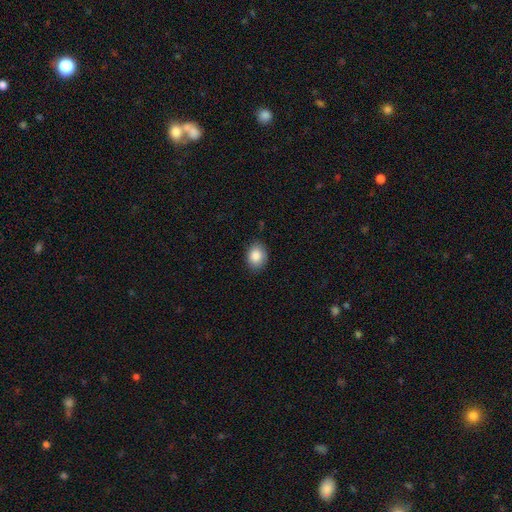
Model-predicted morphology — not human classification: This appears to be a smooth galaxy with no disk features (86%) that is in between round and cigar-shaped (63%). Merging: none (83%).